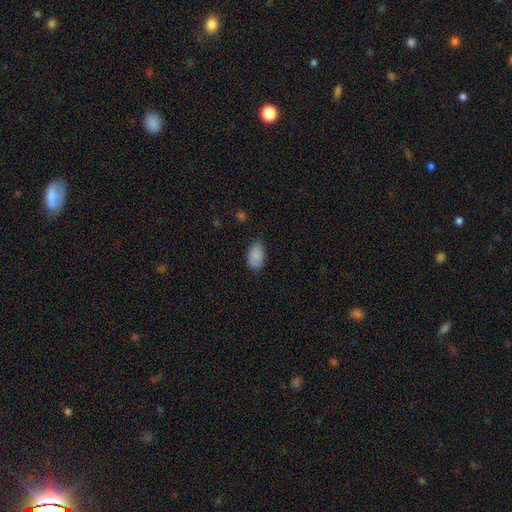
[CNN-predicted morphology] Q: Smooth or featured?
A: smooth (88%); runner-up: star or artifact (7%)
Q: How rounded?
A: in between (92%); runner-up: round (6%)
Q: Merging?
A: none (75%); runner-up: minor disturbance (21%)